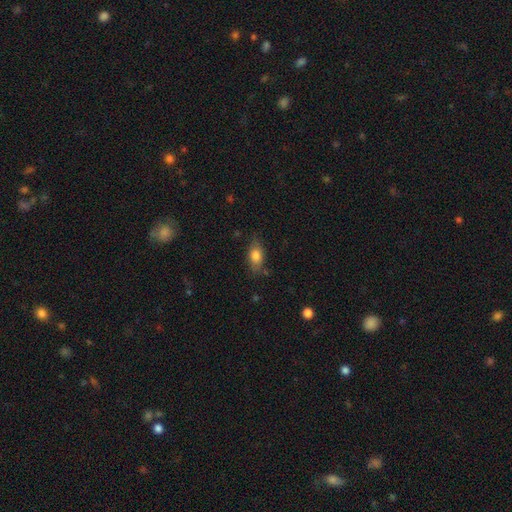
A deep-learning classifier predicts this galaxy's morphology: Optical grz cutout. It shows a smooth galaxy with no disk features (78%) that is in between round and cigar-shaped (85%). Merging: none (74%).